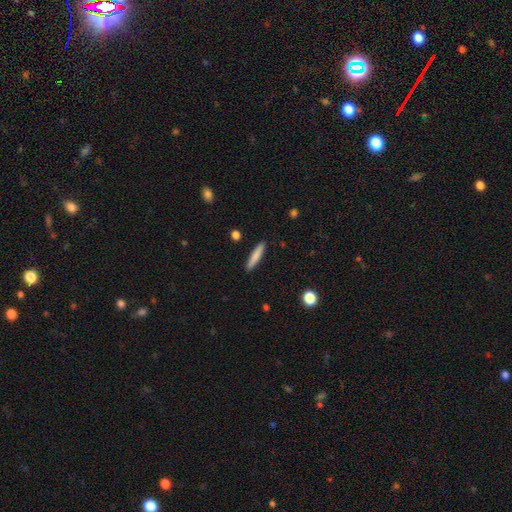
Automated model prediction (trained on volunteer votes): This is likely a smooth galaxy (79%). How rounded: clearly cigar-shaped (91%). Merging: clearly none (91%).